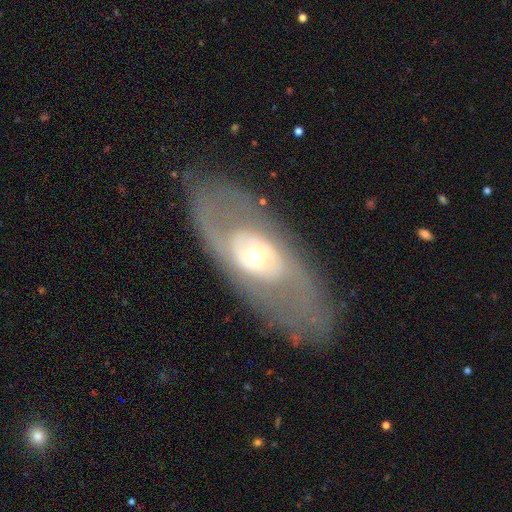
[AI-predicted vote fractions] A featured or disk galaxy (71%) with no bar (79%), no spiral arms (69%) and a moderate central bulge (59%). Merging: none (76%).